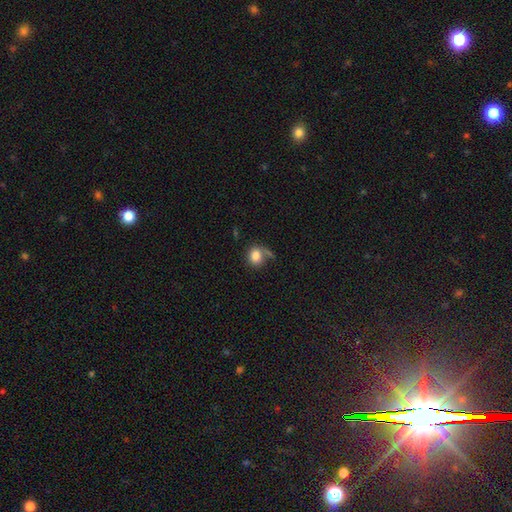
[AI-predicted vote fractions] Smooth or featured? Predicted: smooth (p=0.82). How rounded? Predicted: round (p=0.64). Merging? Predicted: none (p=0.51).